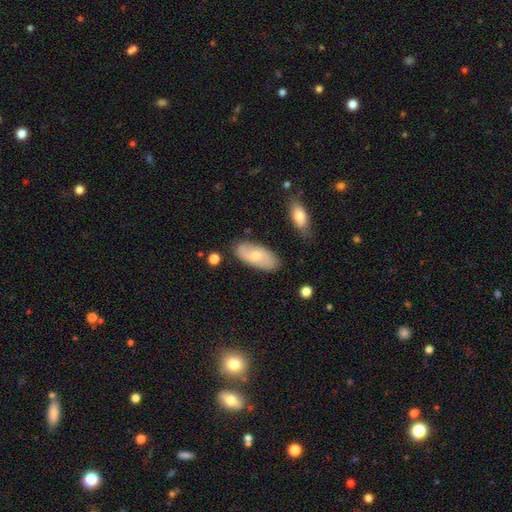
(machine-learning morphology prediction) Smooth or featured? smooth (58%)
How rounded? in between (90%)
Merging? none (80%)